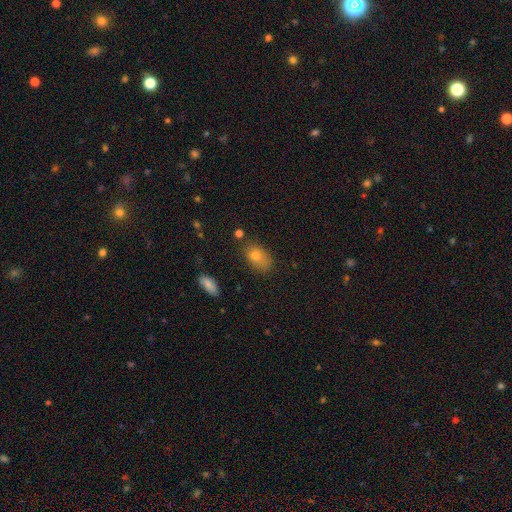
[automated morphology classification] Smooth or featured? smooth (75%)
How rounded? in between (84%)
Merging? none (68%)